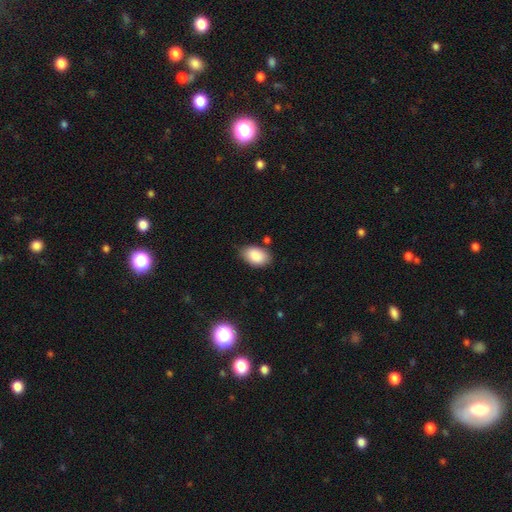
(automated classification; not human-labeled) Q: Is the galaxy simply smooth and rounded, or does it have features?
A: smooth — 87%.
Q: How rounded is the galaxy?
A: in between — 90%.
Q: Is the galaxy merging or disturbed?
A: none — 76%.